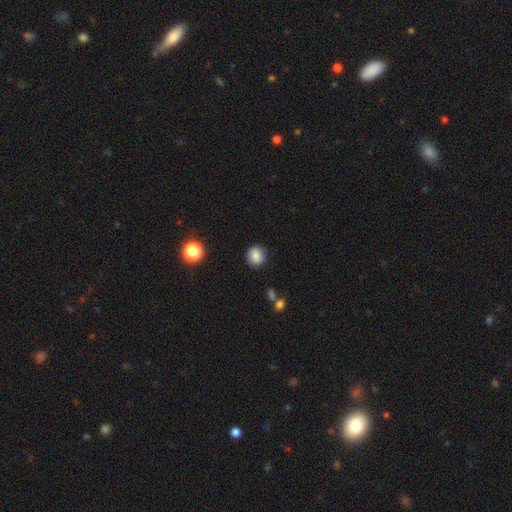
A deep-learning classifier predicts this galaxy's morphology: Smooth or featured: smooth — 84% (star or artifact — 10%)
How rounded: round — 83% (in between — 16%)
Merging: none — 87% (minor disturbance — 9%)